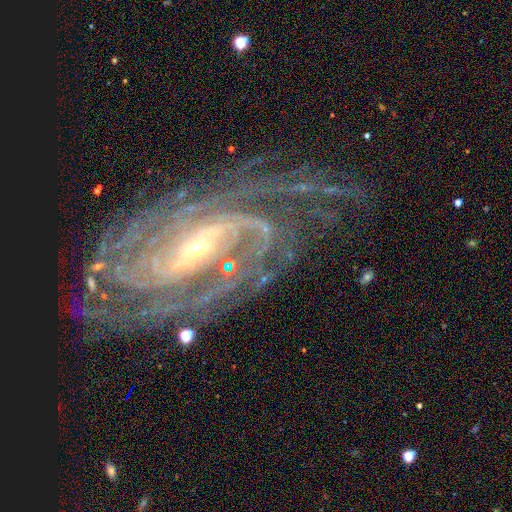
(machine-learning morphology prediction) Smooth or featured?
  - featured or disk: 91% *
  - star or artifact: 6%
  - smooth: 3%
Edge-on disk?
  - no: 95% *
  - yes: 5%
Bar?
  - strong: 37% *
  - weak: 33%
  - no: 29%
Spiral arms?
  - yes: 98% *
  - no: 2%
Spiral winding?
  - tight: 63% *
  - medium: 30%
  - loose: 7%
Spiral arm count?
  - 4: 20% *
  - 2: 19%
  - can't tell: 19%
  - 3: 18%
  - more than 4: 15%
  - 1: 9%
Bulge size?
  - small: 68% *
  - moderate: 28%
  - large: 2%
  - none: 1%
  - dominant: 1%
Merging?
  - none: 66% *
  - minor disturbance: 18%
  - major disturbance: 13%
  - merger: 3%